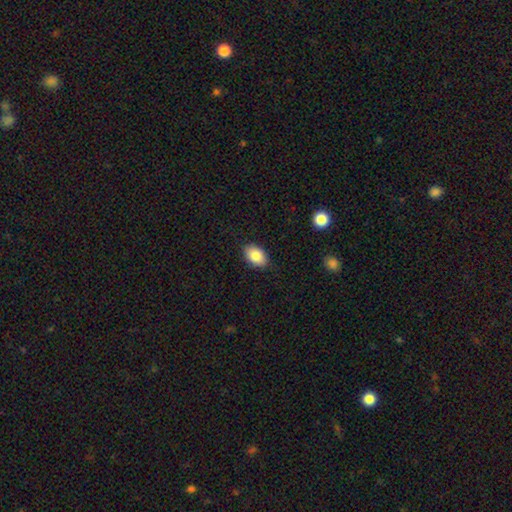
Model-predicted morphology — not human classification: This is clearly a smooth galaxy (85%). How rounded: clearly in between (89%). Merging: clearly none (86%).